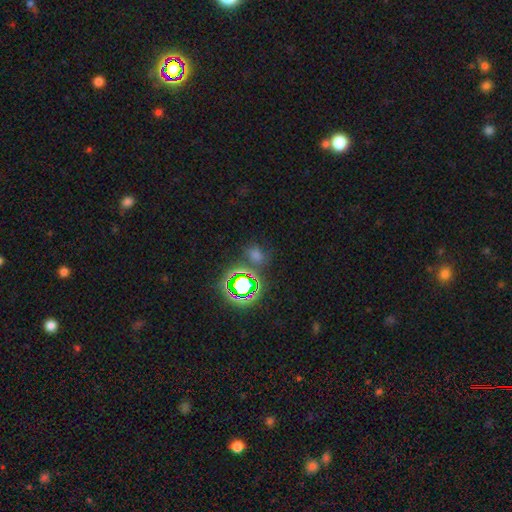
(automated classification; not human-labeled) Smooth or featured? Predicted: star or artifact (p=0.49).